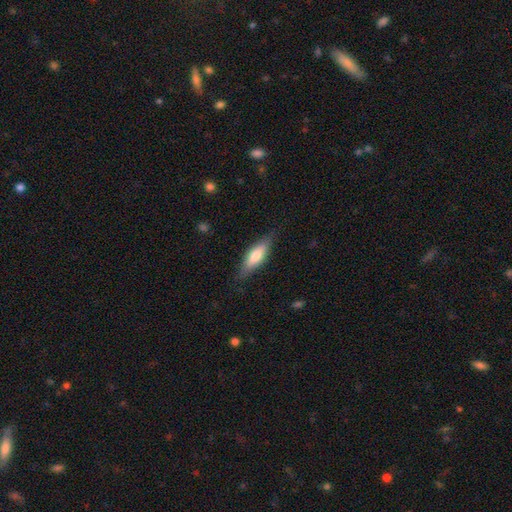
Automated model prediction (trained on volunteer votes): Q: Smooth or featured?
A: smooth (64%); runner-up: featured or disk (30%)
Q: How rounded?
A: in between (51%); runner-up: cigar-shaped (47%)
Q: Merging?
A: none (80%); runner-up: minor disturbance (15%)